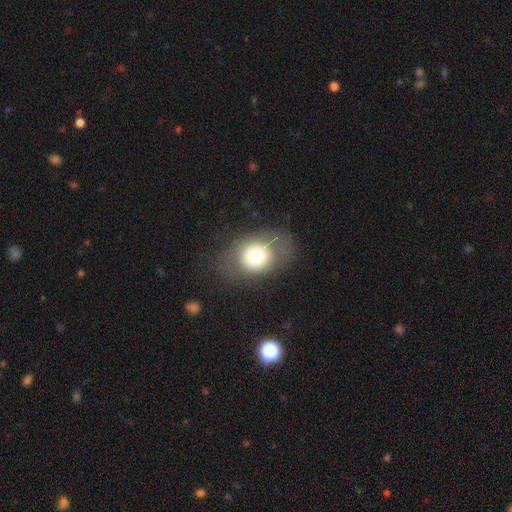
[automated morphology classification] smooth_or_featured: smooth (p=0.64) [alt: featured or disk p=0.26]
how_rounded: in between (p=0.53) [alt: round p=0.46]
merging: none (p=0.69) [alt: minor disturbance p=0.17]